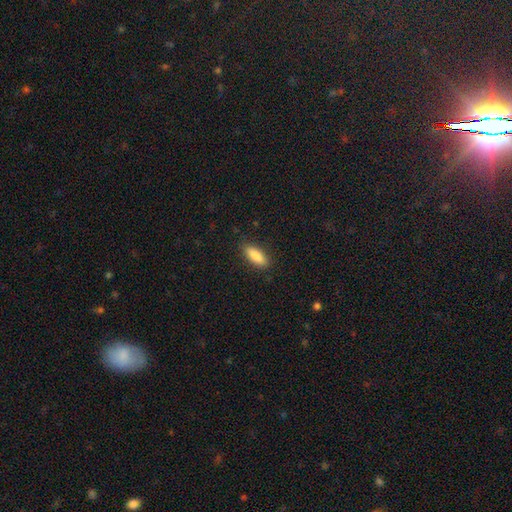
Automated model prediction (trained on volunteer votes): smooth_or_featured: smooth (p=0.87) [alt: featured or disk p=0.07]
how_rounded: in between (p=0.67) [alt: cigar-shaped p=0.31]
merging: none (p=0.87) [alt: minor disturbance p=0.10]